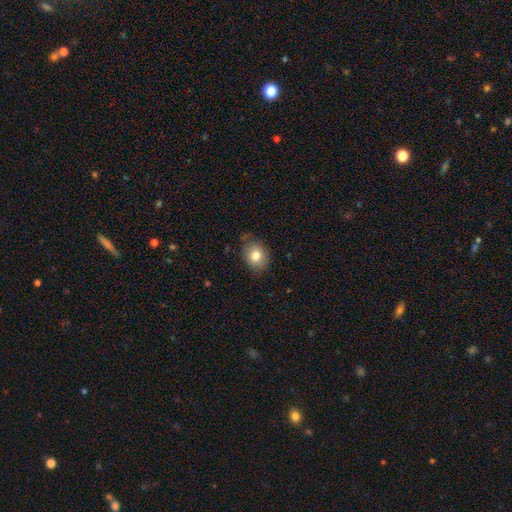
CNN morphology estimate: A smooth galaxy with no disk features (80%) that is in between round and cigar-shaped (55%). Merging: none (76%).